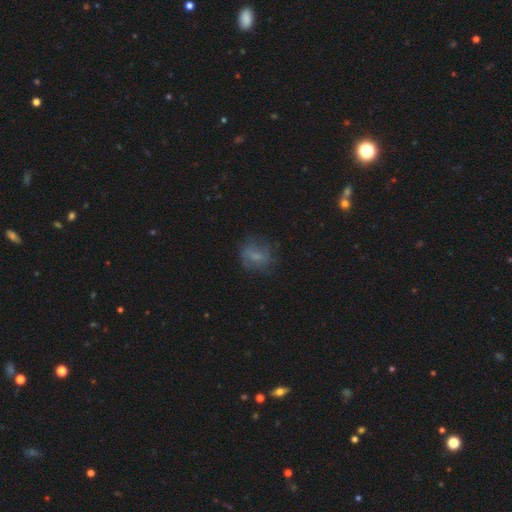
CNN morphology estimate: Smooth or featured: smooth — 55% (featured or disk — 32%)
How rounded: round — 56% (in between — 41%)
Merging: none — 65% (minor disturbance — 21%)